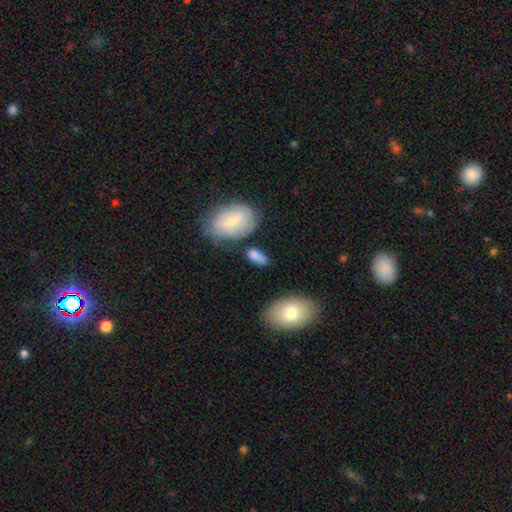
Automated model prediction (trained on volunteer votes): The model was most divided on "merging": none: 61%, minor disturbance: 20%, merger: 11%, major disturbance: 8%. More confident: how rounded — in between (87%); smooth or featured — smooth (79%).